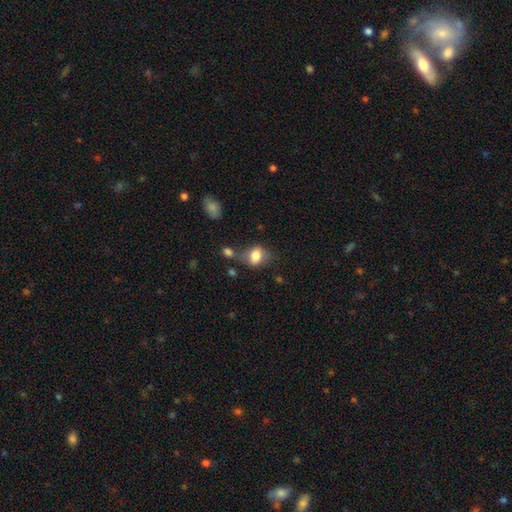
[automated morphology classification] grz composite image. It shows a smooth galaxy with no disk features (77%) that is in between round and cigar-shaped (64%). Merging: none (49%).